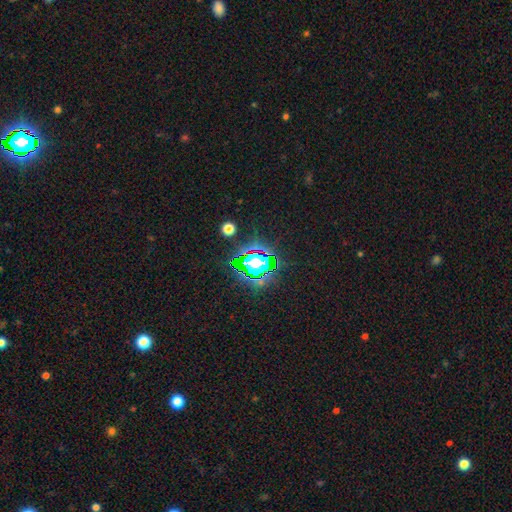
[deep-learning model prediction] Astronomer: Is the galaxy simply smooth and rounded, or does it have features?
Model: star or artifact — 69%.